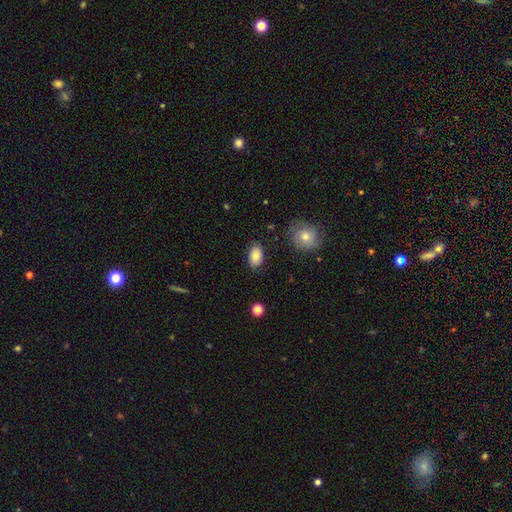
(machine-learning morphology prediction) Smooth or featured? Predicted: smooth (p=0.83). How rounded? Predicted: in between (p=0.89). Merging? Predicted: none (p=0.81).